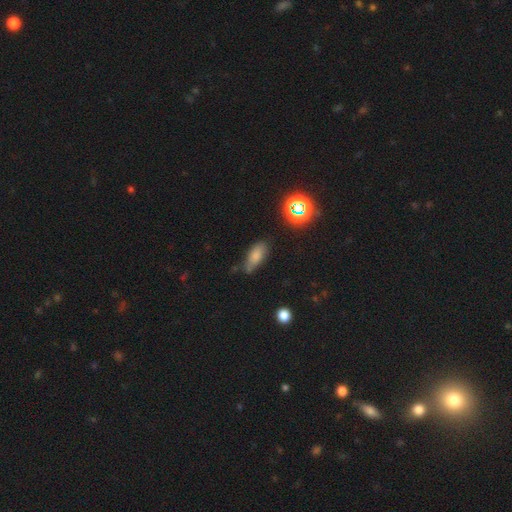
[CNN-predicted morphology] A smooth galaxy with no disk features (76%) that is in between round and cigar-shaped (78%). Merging: none (58%).